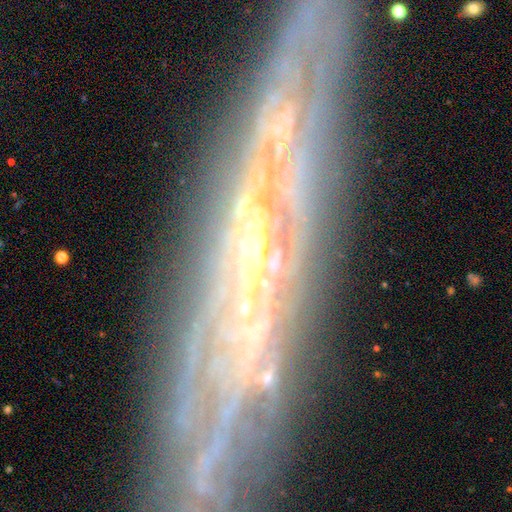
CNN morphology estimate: smooth-or-featured: featured or disk: 77% | star or artifact: 12% | smooth: 11%
  disk-edge-on: yes: 56% | no: 44%
  merging: none: 76% | minor disturbance: 15% | major disturbance: 6% | merger: 3%